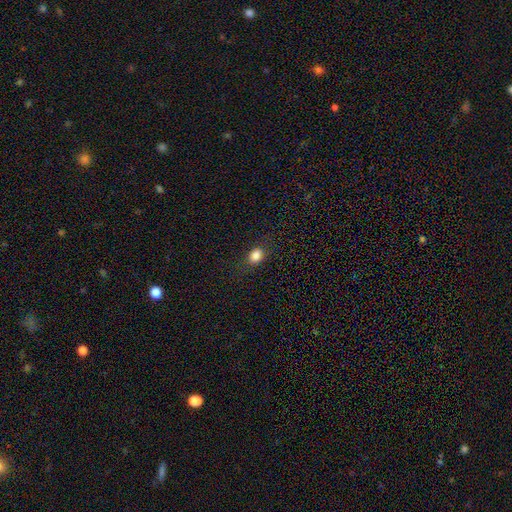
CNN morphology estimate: smooth_or_featured: smooth (p=0.83) [alt: star or artifact p=0.11]
how_rounded: in between (p=0.56) [alt: round p=0.43]
merging: none (p=0.83) [alt: minor disturbance p=0.12]